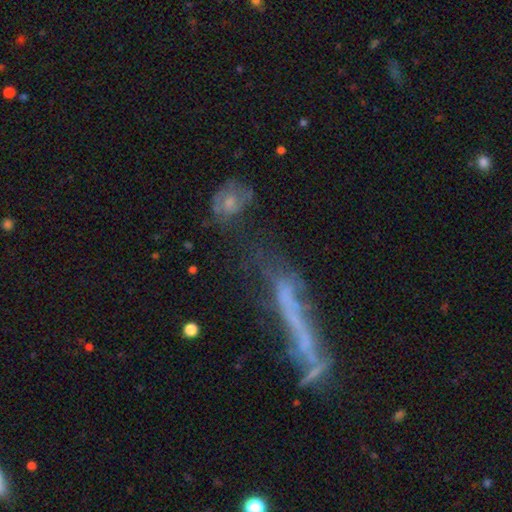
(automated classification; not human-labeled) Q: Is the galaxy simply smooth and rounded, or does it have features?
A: featured or disk — 51%.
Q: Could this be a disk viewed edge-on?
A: yes — 60%.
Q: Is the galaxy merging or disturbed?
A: none — 38%.